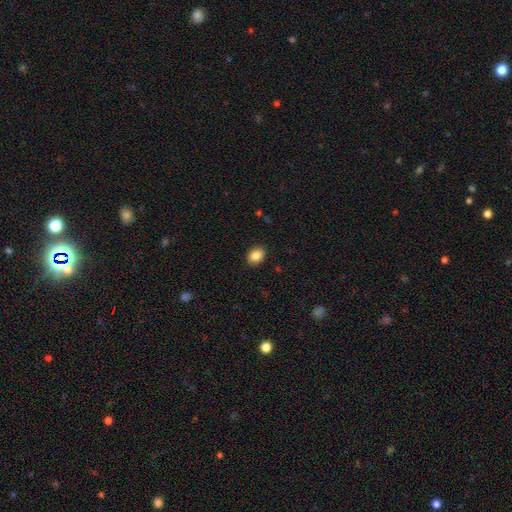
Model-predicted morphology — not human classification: Smooth or featured? Predicted: smooth (p=0.86). How rounded? Predicted: in between (p=0.68). Merging? Predicted: none (p=0.90).